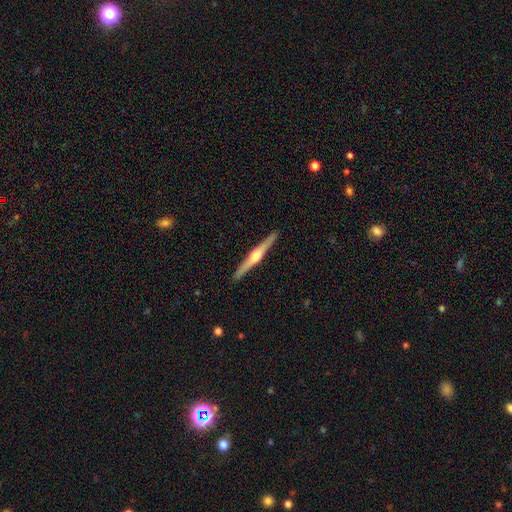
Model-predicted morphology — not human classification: This is likely a featured or disk galaxy (75%). It is clearly viewed edge-on (98%). Edge-on bulge: clearly rounded (93%). Merging: clearly none (92%).